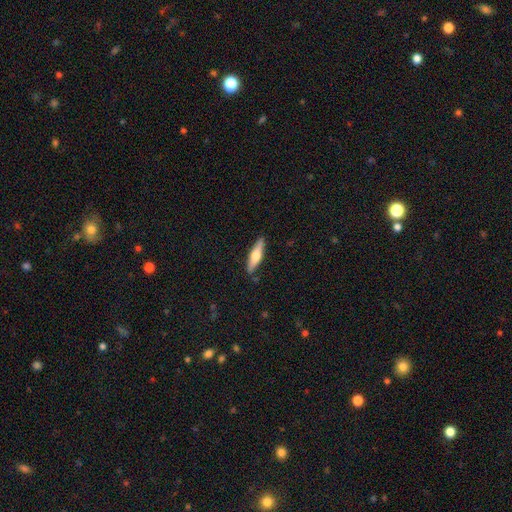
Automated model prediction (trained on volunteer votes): Smooth or featured? Predicted: featured or disk (p=0.49). Merging? Predicted: none (p=0.87).